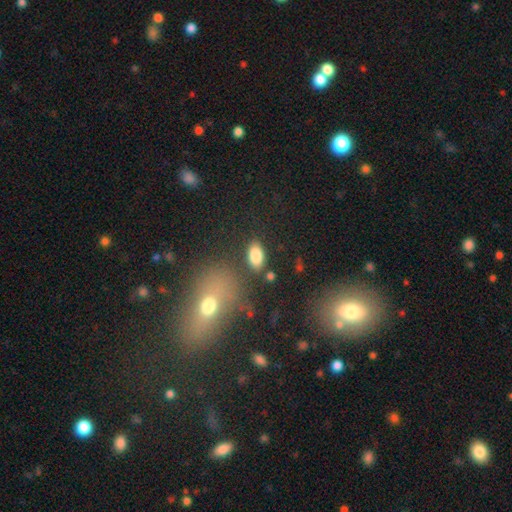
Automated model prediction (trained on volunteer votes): Smooth or featured?
  - smooth: 84% *
  - star or artifact: 8%
  - featured or disk: 7%
How rounded?
  - in between: 92% *
  - round: 5%
  - cigar-shaped: 3%
Merging?
  - none: 81% *
  - minor disturbance: 11%
  - merger: 5%
  - major disturbance: 4%